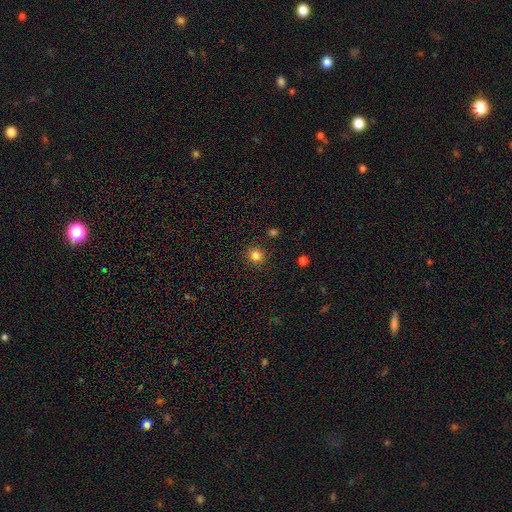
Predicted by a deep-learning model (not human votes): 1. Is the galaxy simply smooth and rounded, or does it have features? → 82% smooth, 13% star or artifact, 5% featured or disk.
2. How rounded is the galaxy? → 93% round, 7% in between, 1% cigar-shaped.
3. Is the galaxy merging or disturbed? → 90% none, 6% minor disturbance, 2% major disturbance, 2% merger.